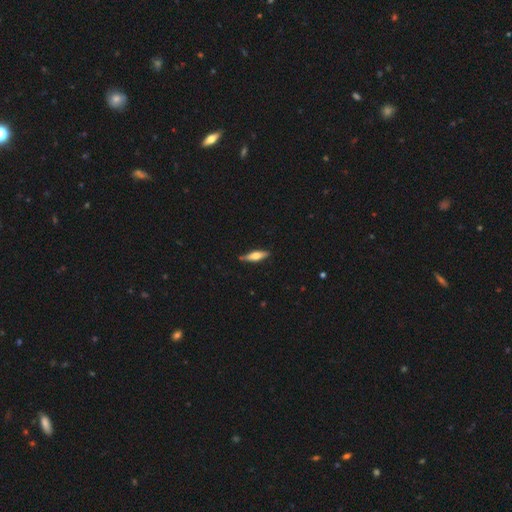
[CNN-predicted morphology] A featured or disk galaxy (48%). Merging: none (85%).